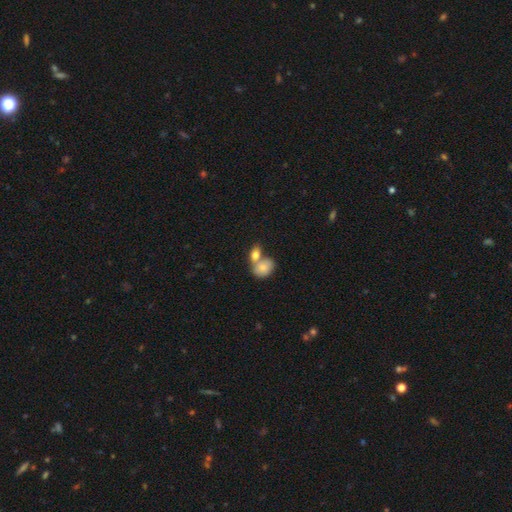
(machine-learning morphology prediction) The model was most divided on "merging": merger: 57%, none: 32%, minor disturbance: 8%, major disturbance: 3%. More confident: smooth or featured — smooth (80%); how rounded — in between (71%).